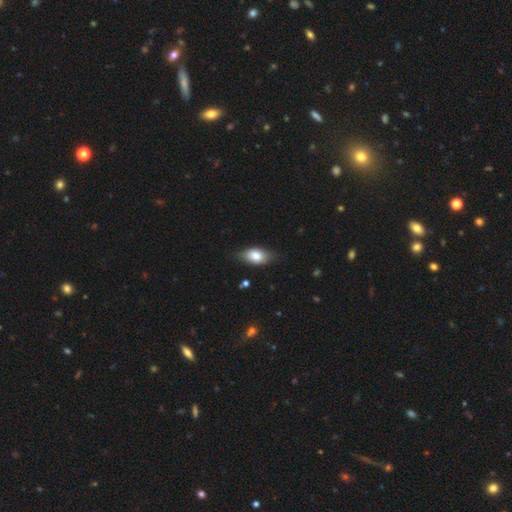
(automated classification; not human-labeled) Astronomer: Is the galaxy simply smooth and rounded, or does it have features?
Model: smooth — 74%.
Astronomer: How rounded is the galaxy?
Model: in between — 86%.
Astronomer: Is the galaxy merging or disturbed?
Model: none — 76%.